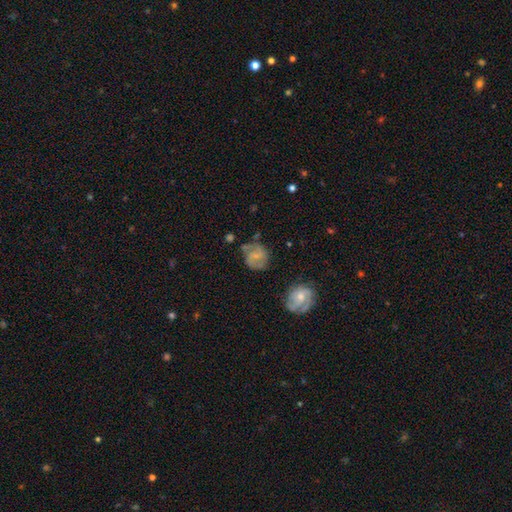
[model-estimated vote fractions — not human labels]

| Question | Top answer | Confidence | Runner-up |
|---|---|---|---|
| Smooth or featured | featured or disk | 66% | smooth (27%) |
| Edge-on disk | no | 98% | yes (2%) |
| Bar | weak | 51% | no (37%) |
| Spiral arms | yes | 91% | no (9%) |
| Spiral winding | medium | 51% | tight (25%) |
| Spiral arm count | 2 | 81% | can't tell (9%) |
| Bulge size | small | 49% | none (28%) |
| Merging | none | 63% | minor disturbance (23%) |